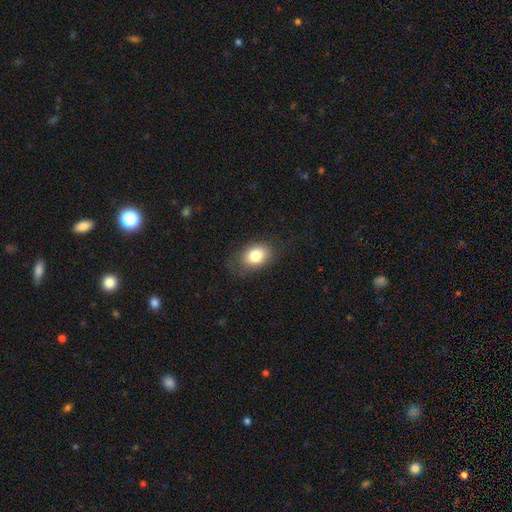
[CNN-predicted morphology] Smooth or featured?
  - smooth: 80% *
  - featured or disk: 12%
  - star or artifact: 8%
How rounded?
  - in between: 79% *
  - round: 20%
  - cigar-shaped: 1%
Merging?
  - none: 74% *
  - minor disturbance: 18%
  - major disturbance: 7%
  - merger: 1%